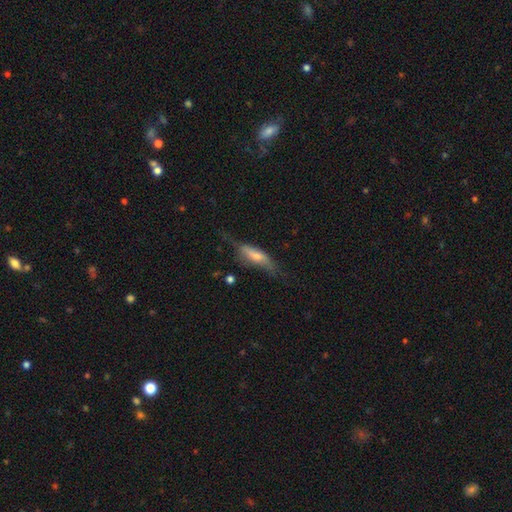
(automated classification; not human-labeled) Smooth or featured?
  - featured or disk: 50% *
  - smooth: 42%
  - star or artifact: 8%
Merging?
  - none: 48% *
  - minor disturbance: 29%
  - major disturbance: 21%
  - merger: 3%